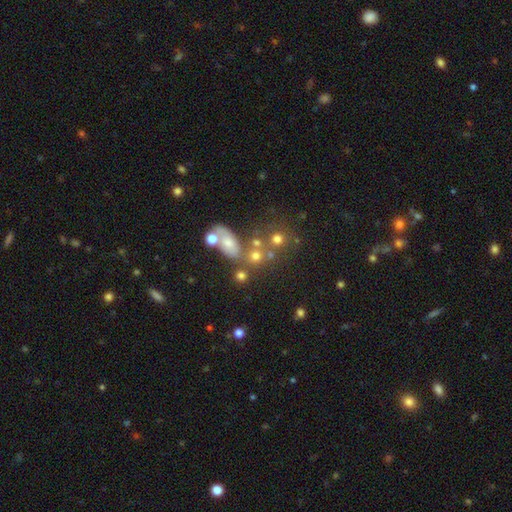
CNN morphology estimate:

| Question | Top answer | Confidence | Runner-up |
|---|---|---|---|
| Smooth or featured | smooth | 66% | featured or disk (18%) |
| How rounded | round | 69% | in between (28%) |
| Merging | none | 53% | merger (28%) |